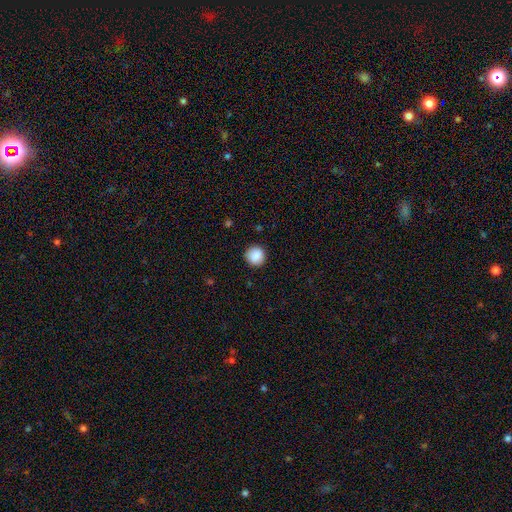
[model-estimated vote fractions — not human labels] The model was most divided on "smooth or featured": smooth: 88%, star or artifact: 8%, featured or disk: 3%. More confident: how rounded — round (92%); merging — none (89%).